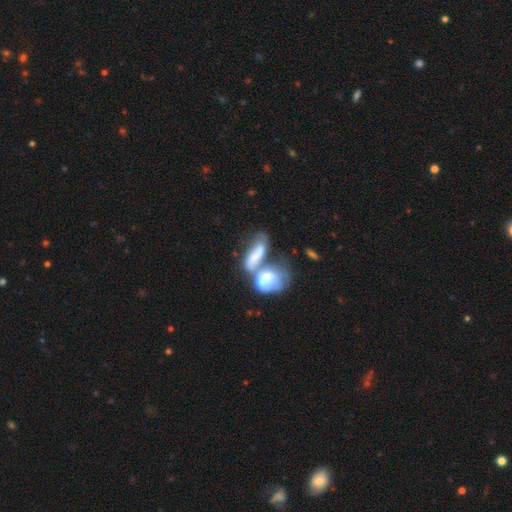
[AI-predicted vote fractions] smooth 55%, featured or disk 37%, star or artifact 8%. Down the decision tree: how rounded — in between (73%); merging — merger (71%).